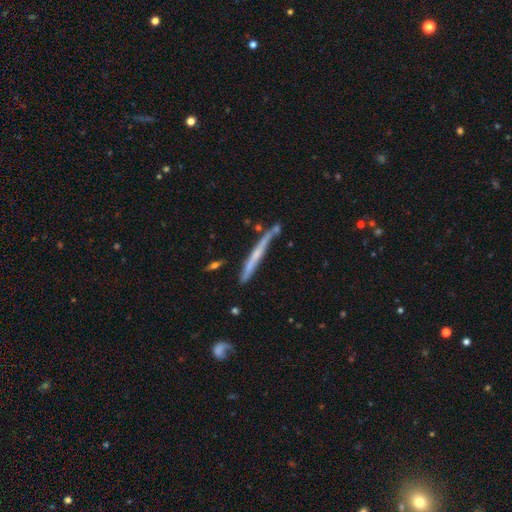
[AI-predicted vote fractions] featured or disk 60%, smooth 33%, star or artifact 7%. Down the decision tree: edge-on disk — yes (95%); edge-on bulge — none (66%); merging — none (70%).